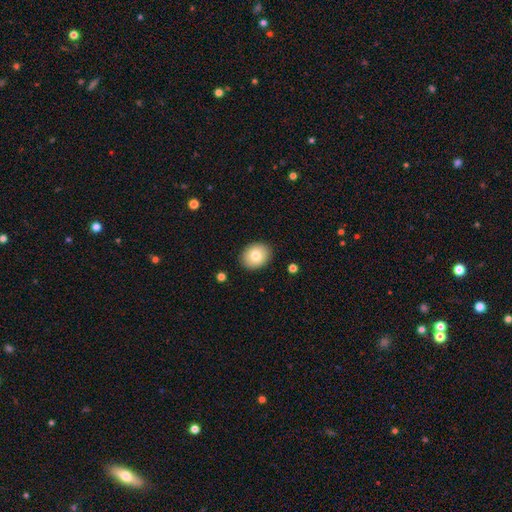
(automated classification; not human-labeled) This appears to be a smooth galaxy with no disk features (79%) that is round (57%). Merging: none (89%).